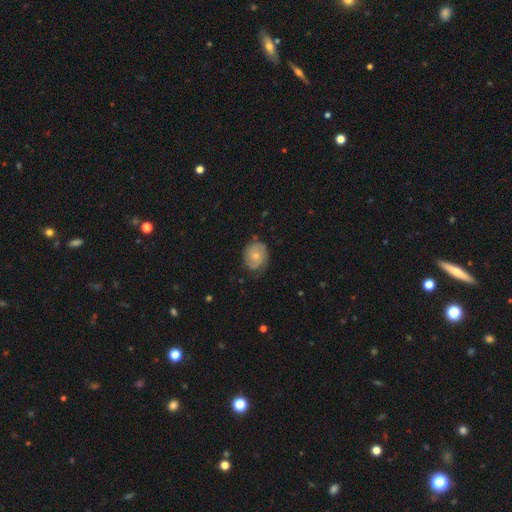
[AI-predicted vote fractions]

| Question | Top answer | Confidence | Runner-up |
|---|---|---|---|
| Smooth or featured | featured or disk | 68% | smooth (26%) |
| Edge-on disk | no | 98% | yes (2%) |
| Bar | no | 76% | weak (21%) |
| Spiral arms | yes | 92% | no (8%) |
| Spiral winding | tight | 58% | medium (32%) |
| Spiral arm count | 2 | 55% | can't tell (21%) |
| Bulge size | small | 57% | moderate (37%) |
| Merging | none | 71% | minor disturbance (21%) |